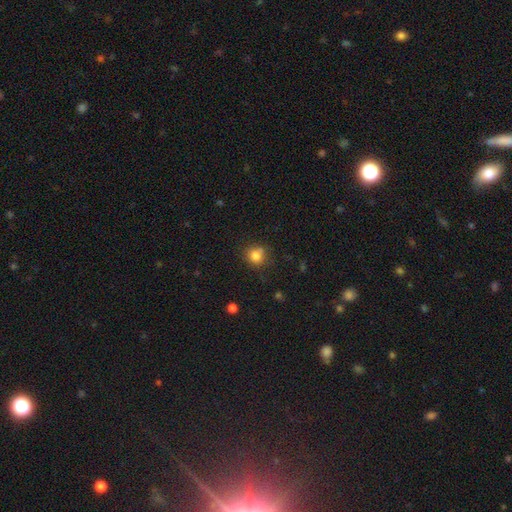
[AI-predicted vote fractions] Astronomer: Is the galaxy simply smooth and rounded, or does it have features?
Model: smooth — 80%.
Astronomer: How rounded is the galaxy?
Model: round — 85%.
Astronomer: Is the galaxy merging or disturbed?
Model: none — 70%.